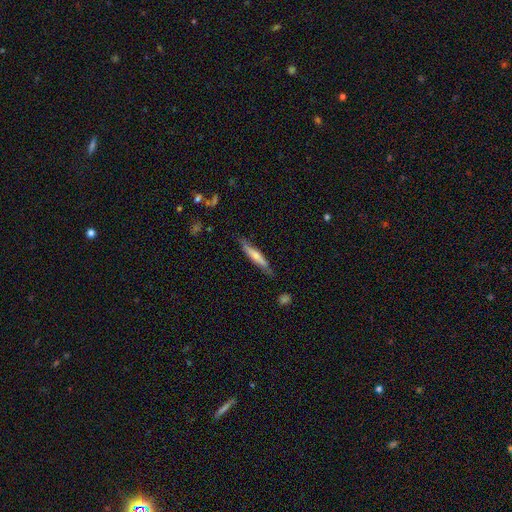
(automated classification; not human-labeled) This is possibly a smooth galaxy (50%). How rounded: clearly cigar-shaped (89%). Merging: likely none (78%).